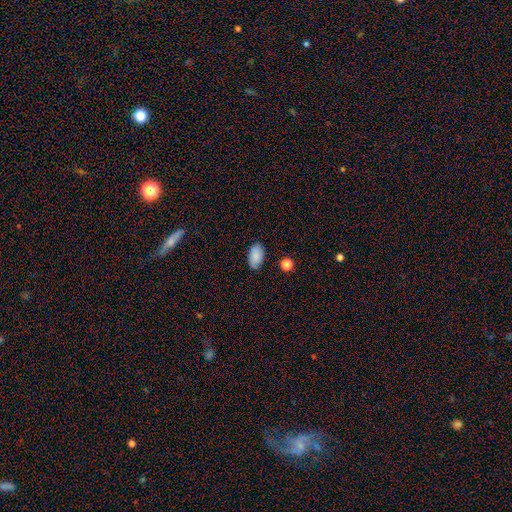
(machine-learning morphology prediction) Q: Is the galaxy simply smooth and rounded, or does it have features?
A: smooth — 87%.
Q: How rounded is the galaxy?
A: in between — 94%.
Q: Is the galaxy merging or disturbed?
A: none — 86%.